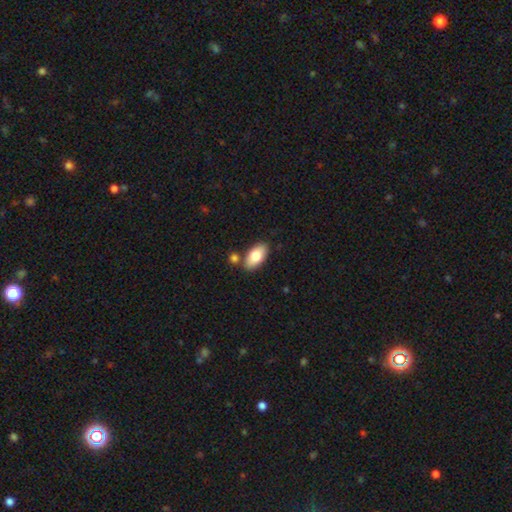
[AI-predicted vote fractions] Morphology: type=smooth (78%); roundness=in between (92%); merging=none (78%).